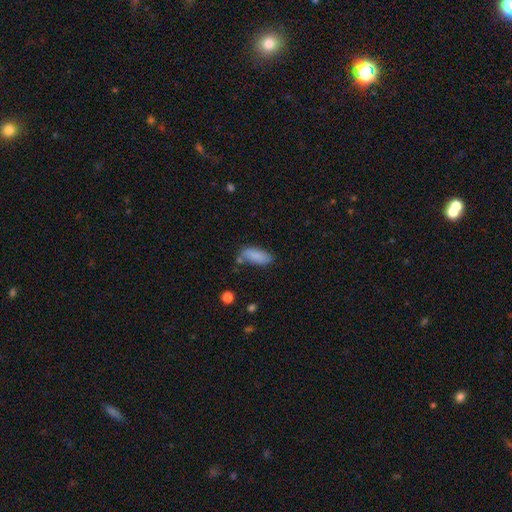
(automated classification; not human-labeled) Overall: smooth (86%). How rounded: in between (77%). Merging: none (67%).